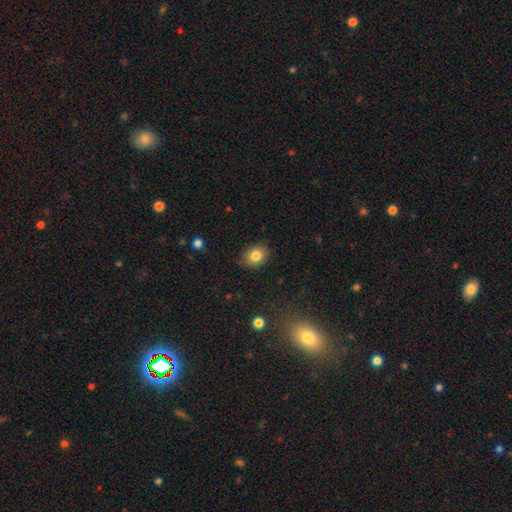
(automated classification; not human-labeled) Smooth or featured? smooth (82%)
How rounded? in between (58%)
Merging? none (82%)